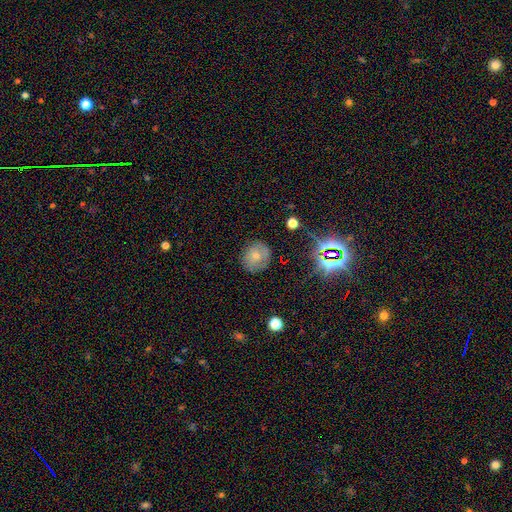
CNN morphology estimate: This is likely a smooth galaxy (64%). How rounded: clearly round (81%). Merging: likely none (80%).